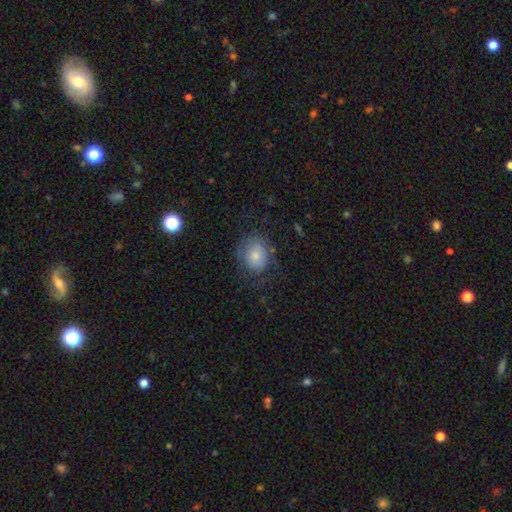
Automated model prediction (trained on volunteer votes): Overall: smooth (67%). How rounded: round (61%; in between 38%). Merging: none (58%; minor disturbance 23%).